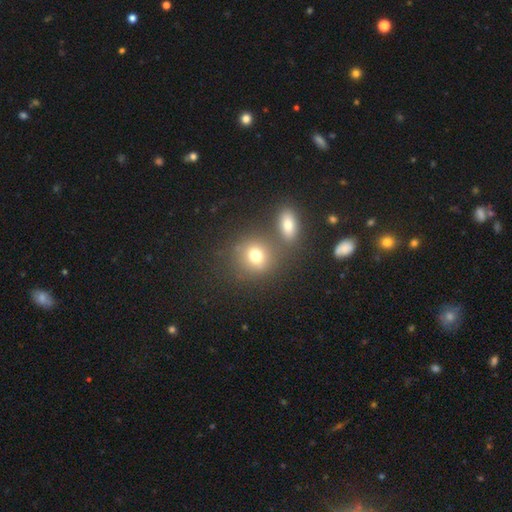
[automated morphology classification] Smooth or featured? smooth (75%)
How rounded? round (77%)
Merging? none (59%)